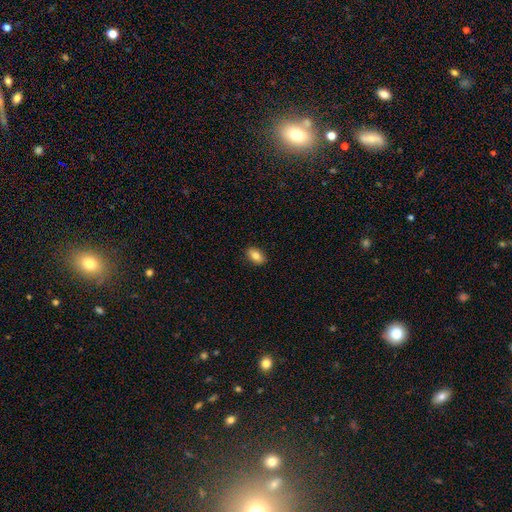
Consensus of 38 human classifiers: smooth 79%, featured or disk 13%, star or artifact 8%. Down the decision tree: how rounded — in between (80%); merging — none (86%).